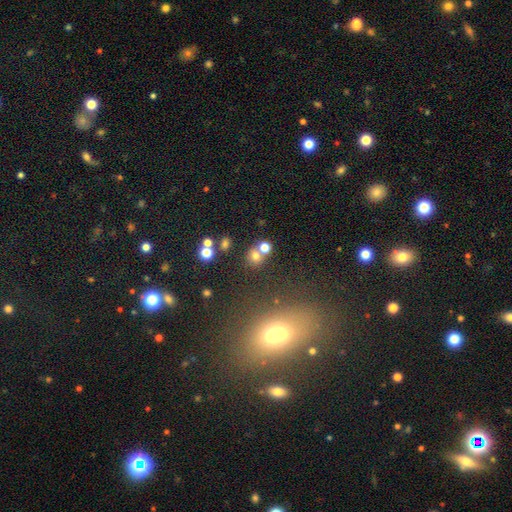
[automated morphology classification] A smooth galaxy with no disk features (68%) that is round (77%).

Vote fractions:
- Smooth or featured? smooth: 68% / star or artifact: 20% / featured or disk: 12%
- How rounded? round: 77% / in between: 21% / cigar-shaped: 1%
- Merging? none: 55% / merger: 33% / minor disturbance: 8% / major disturbance: 4%